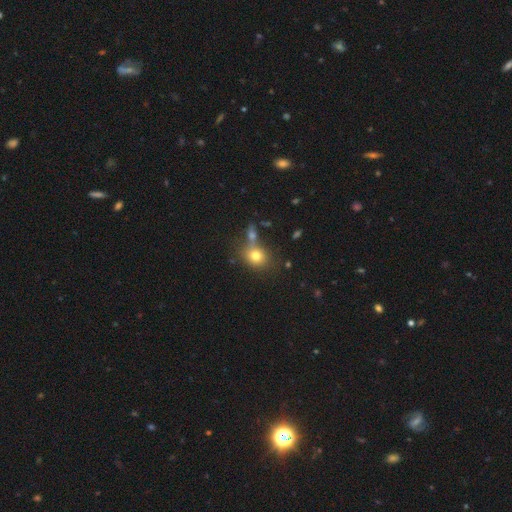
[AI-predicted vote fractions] Smooth or featured? smooth (76%)
How rounded? round (69%)
Merging? none (57%)